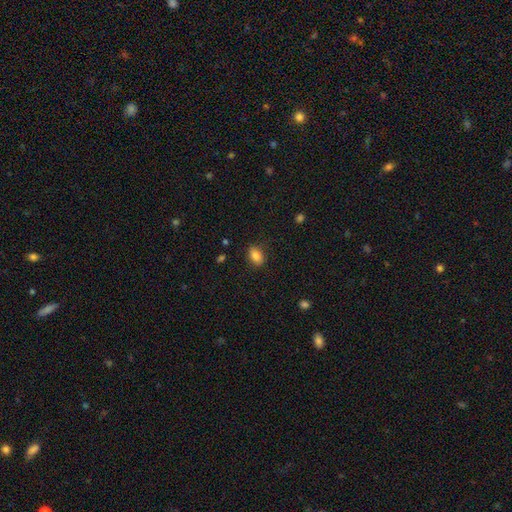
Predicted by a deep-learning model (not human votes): smooth 85%, star or artifact 8%, featured or disk 7%. Down the decision tree: how rounded — in between (84%); merging — none (84%).